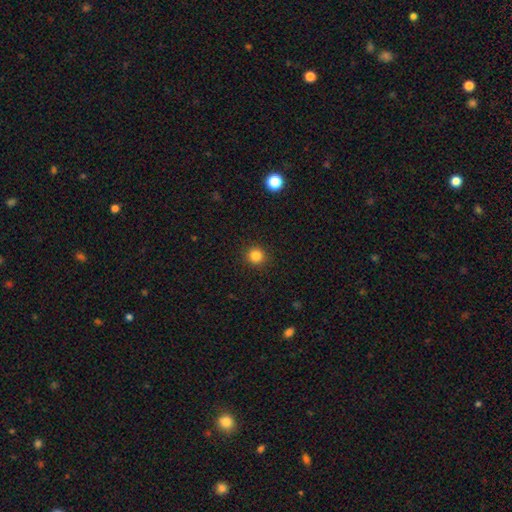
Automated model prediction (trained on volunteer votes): Q: Smooth or featured?
A: smooth (84%); runner-up: star or artifact (12%)
Q: How rounded?
A: round (94%); runner-up: in between (5%)
Q: Merging?
A: none (92%); runner-up: minor disturbance (5%)